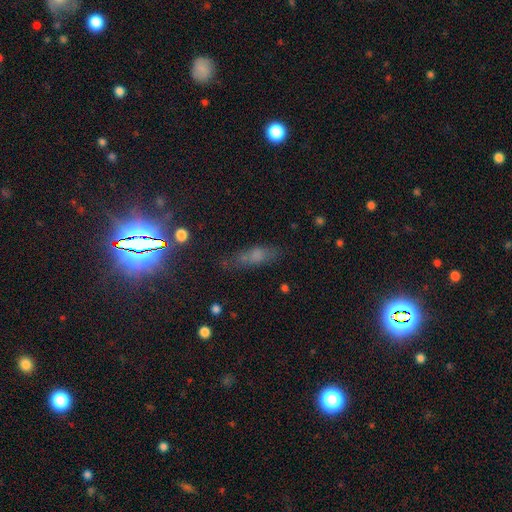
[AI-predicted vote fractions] smooth_or_featured: smooth (p=0.58) [alt: featured or disk p=0.22]
how_rounded: in between (p=0.48) [alt: cigar-shaped p=0.46]
merging: none (p=0.60) [alt: minor disturbance p=0.23]